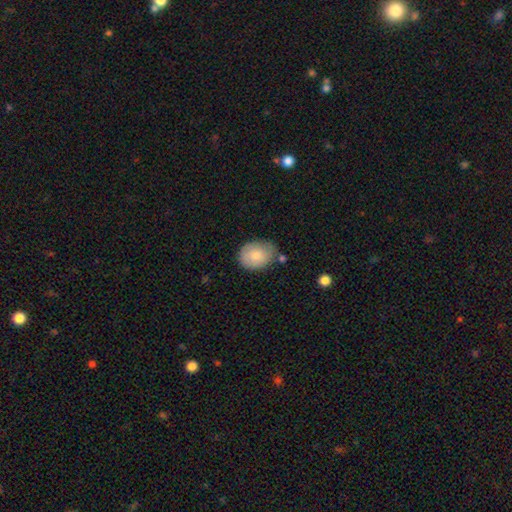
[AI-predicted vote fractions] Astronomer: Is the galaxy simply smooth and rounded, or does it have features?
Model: smooth — 80%.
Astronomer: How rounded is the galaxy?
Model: in between — 62%.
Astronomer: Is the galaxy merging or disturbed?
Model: none — 61%.